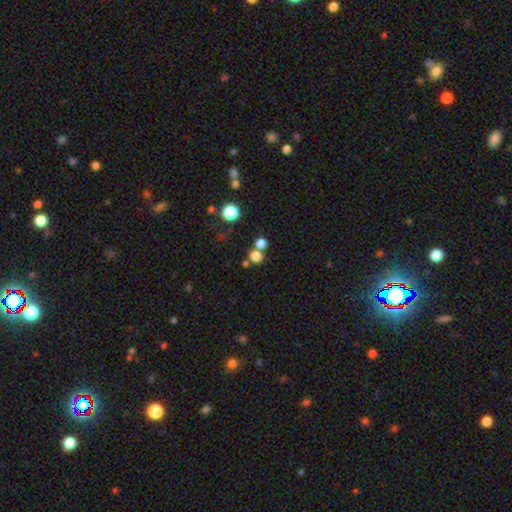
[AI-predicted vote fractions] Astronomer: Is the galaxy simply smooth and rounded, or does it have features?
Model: smooth — 78%.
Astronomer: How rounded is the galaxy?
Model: round — 85%.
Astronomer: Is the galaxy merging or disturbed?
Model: none — 61%.